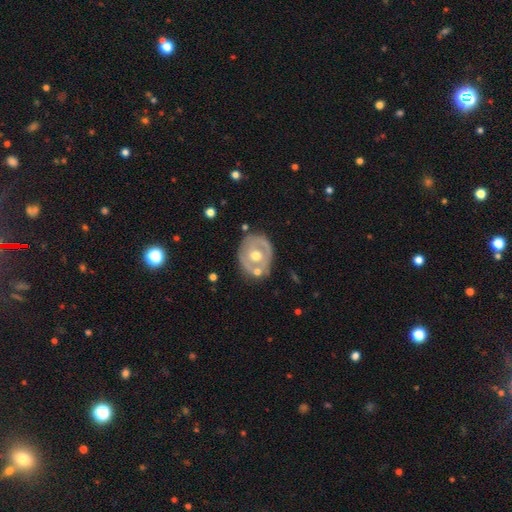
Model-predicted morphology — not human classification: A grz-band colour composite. It shows a featured or disk galaxy (62%) with no bar (80%), no spiral arms (75%) and a moderate central bulge (80%). Merging: none (68%).